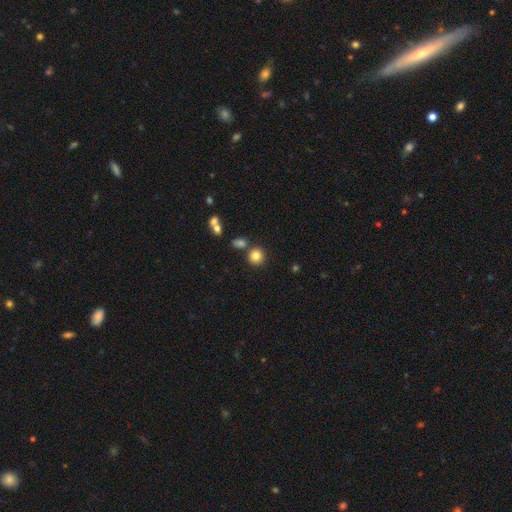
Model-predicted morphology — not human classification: smooth_or_featured: smooth (p=0.82) [alt: star or artifact p=0.11]
how_rounded: round (p=0.88) [alt: in between p=0.11]
merging: none (p=0.75) [alt: merger p=0.13]